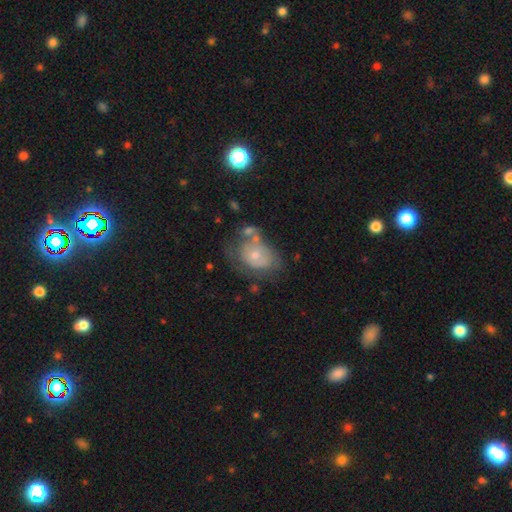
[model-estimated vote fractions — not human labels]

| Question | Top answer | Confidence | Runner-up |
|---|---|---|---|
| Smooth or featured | smooth | 53% | featured or disk (38%) |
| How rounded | in between | 70% | round (29%) |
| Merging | none | 33% | minor disturbance (28%) |